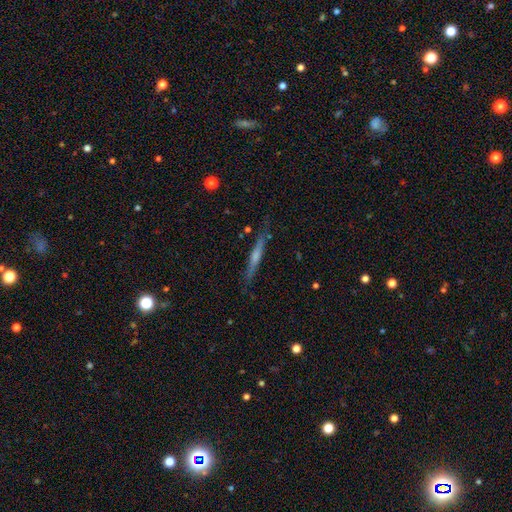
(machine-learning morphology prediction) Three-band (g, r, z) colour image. It shows a featured or disk galaxy (57%) viewed edge-on (96%) with a rounded central bulge (50%). Merging: none (81%).